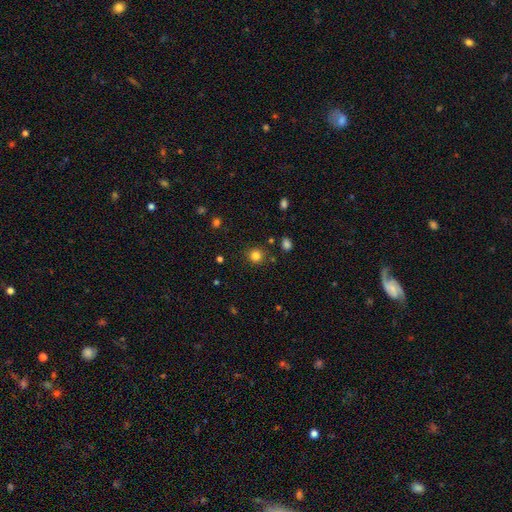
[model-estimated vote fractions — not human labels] A smooth galaxy with no disk features (81%) that is round (91%).

Vote fractions:
- Smooth or featured? smooth: 81% / star or artifact: 14% / featured or disk: 5%
- How rounded? round: 91% / in between: 8% / cigar-shaped: 1%
- Merging? none: 86% / minor disturbance: 8% / merger: 3% / major disturbance: 3%